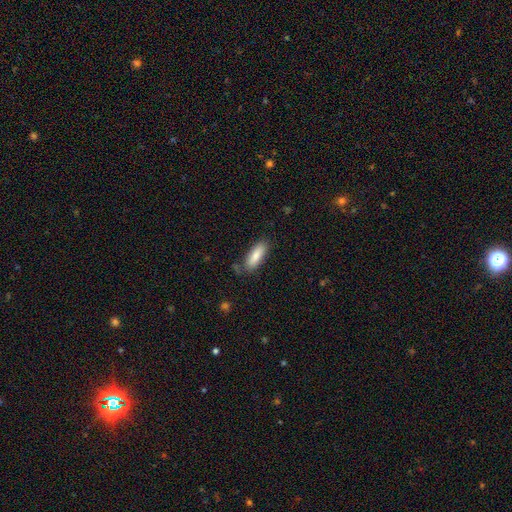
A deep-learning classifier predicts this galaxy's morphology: Q: Smooth or featured?
A: smooth (84%); runner-up: featured or disk (9%)
Q: How rounded?
A: in between (63%); runner-up: cigar-shaped (35%)
Q: Merging?
A: none (77%); runner-up: minor disturbance (15%)